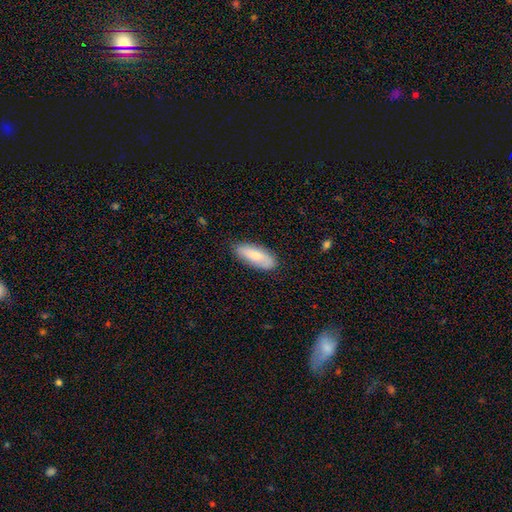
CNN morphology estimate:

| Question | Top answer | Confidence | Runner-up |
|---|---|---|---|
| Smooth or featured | smooth | 77% | featured or disk (17%) |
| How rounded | in between | 75% | cigar-shaped (23%) |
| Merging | none | 83% | minor disturbance (13%) |